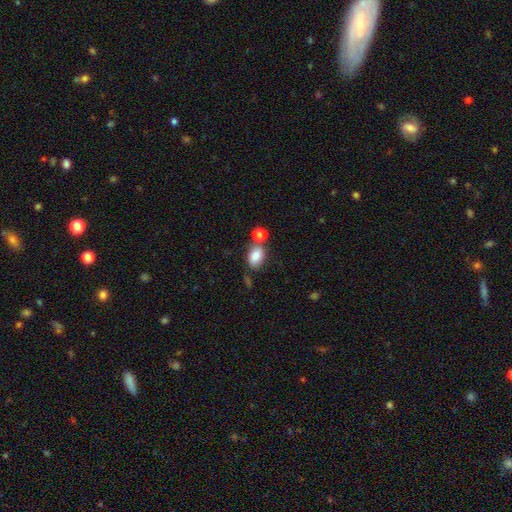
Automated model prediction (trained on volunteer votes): Smooth or featured? smooth (82%)
How rounded? in between (81%)
Merging? none (61%)